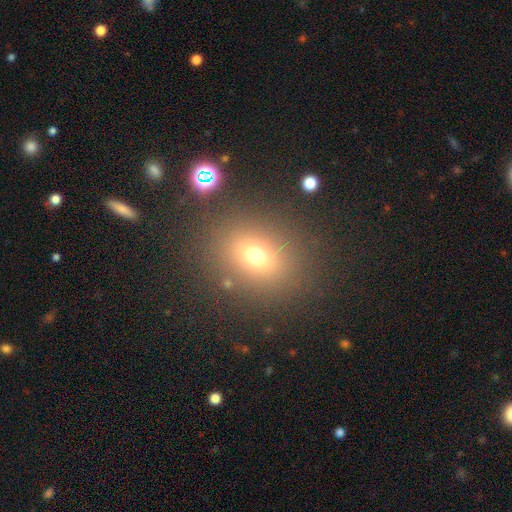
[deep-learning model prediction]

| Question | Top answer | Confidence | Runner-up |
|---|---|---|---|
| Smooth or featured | smooth | 69% | star or artifact (20%) |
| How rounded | round | 58% | in between (41%) |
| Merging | none | 82% | minor disturbance (9%) |